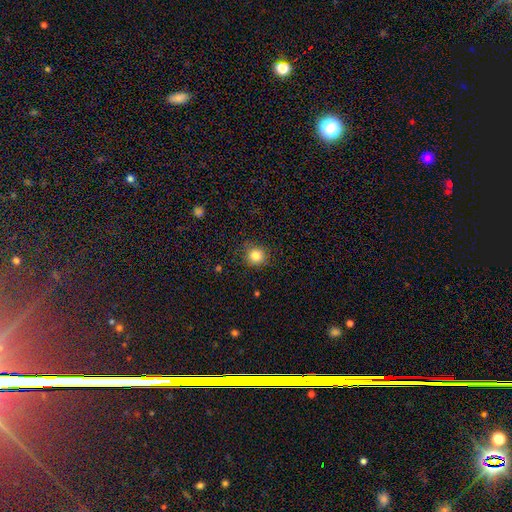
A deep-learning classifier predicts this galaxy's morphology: A smooth galaxy with no disk features (83%) that is round (91%). Merging: none (86%).